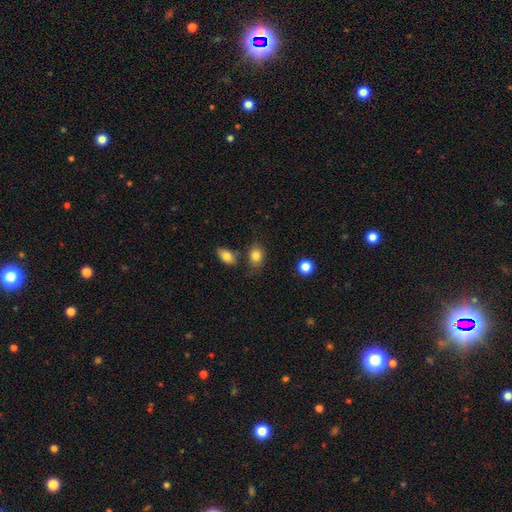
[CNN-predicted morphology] This appears to be a smooth galaxy with no disk features (84%) that is in between round and cigar-shaped (61%). Merging: none (70%).